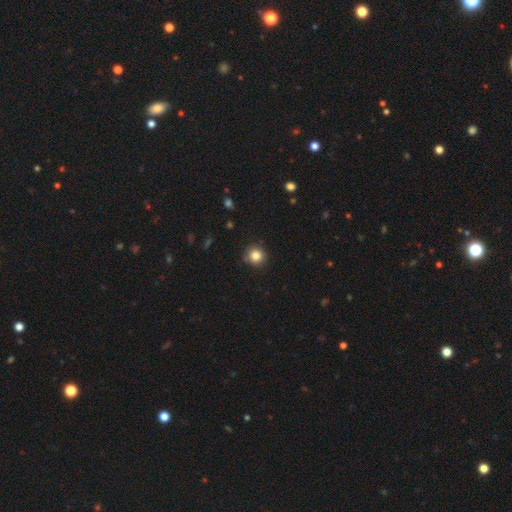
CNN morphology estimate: type=smooth (83%); roundness=round (93%); merging=none (87%).